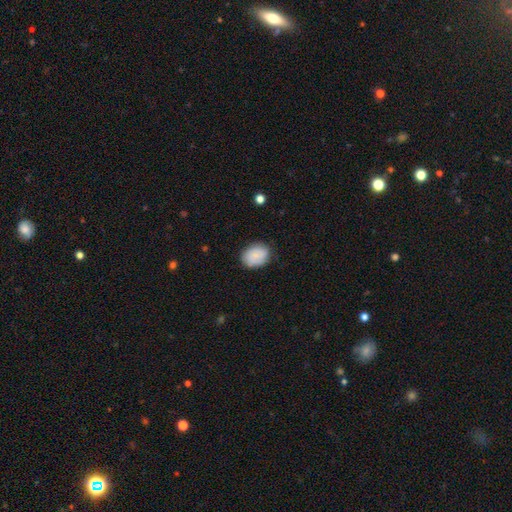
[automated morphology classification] type=smooth (80%); roundness=in between (59%); merging=none (81%).